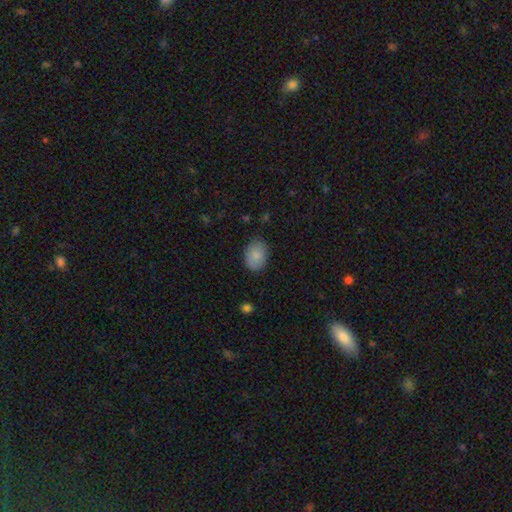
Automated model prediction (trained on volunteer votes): This is clearly a smooth galaxy (84%). How rounded: likely in between (74%). Merging: clearly none (81%).